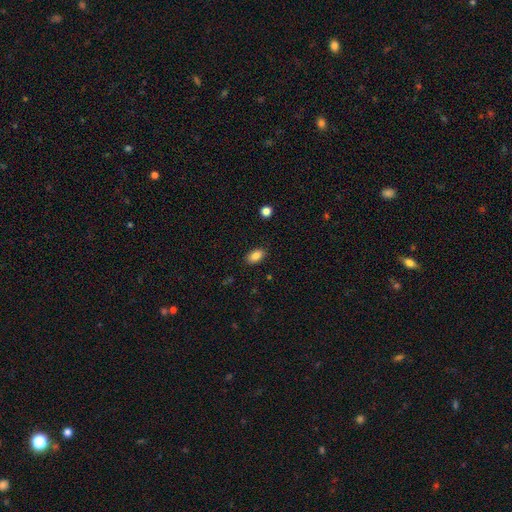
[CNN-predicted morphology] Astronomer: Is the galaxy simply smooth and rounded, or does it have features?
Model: smooth — 86%.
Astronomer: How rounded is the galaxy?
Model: in between — 90%.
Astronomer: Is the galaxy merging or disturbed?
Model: none — 88%.